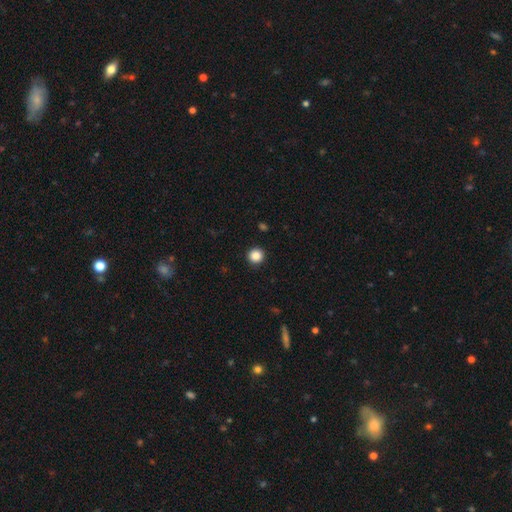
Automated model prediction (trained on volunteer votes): smooth-or-featured: smooth: 87% | star or artifact: 10% | featured or disk: 3%
  how-rounded: round: 96% | in between: 3% | cigar-shaped: 1%
  merging: none: 93% | minor disturbance: 4% | major disturbance: 2% | merger: 1%